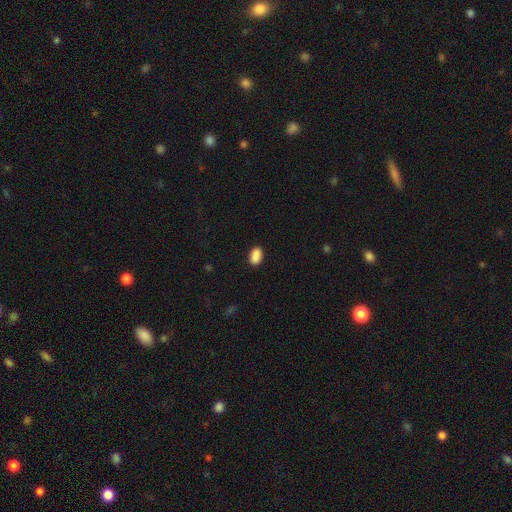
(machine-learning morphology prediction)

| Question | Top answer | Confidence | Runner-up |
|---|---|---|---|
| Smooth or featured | smooth | 87% | star or artifact (9%) |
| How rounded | in between | 89% | round (9%) |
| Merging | none | 77% | minor disturbance (13%) |